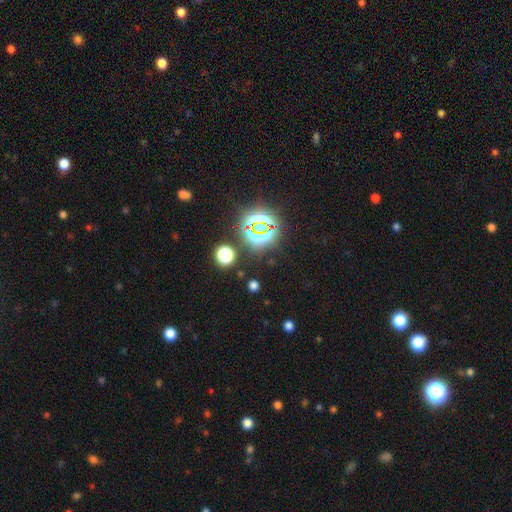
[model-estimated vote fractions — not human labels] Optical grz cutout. It shows a star or artifact, not a galaxy (81%).